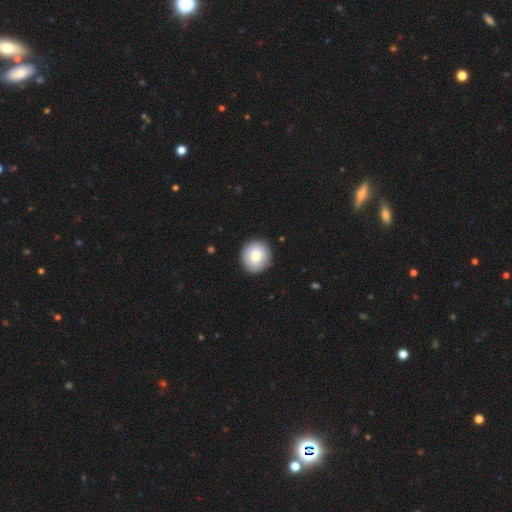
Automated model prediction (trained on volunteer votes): A smooth galaxy with no disk features (78%) that is round (86%).

Vote fractions:
- Smooth or featured? smooth: 78% / featured or disk: 15% / star or artifact: 7%
- How rounded? round: 86% / in between: 13% / cigar-shaped: 1%
- Merging? none: 89% / minor disturbance: 8% / major disturbance: 2% / merger: 1%